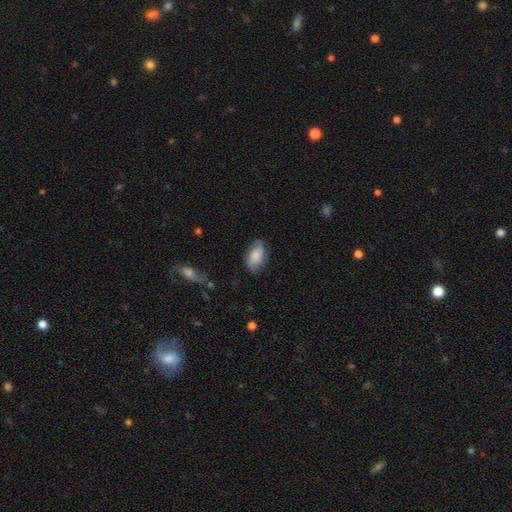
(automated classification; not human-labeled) smooth-or-featured: smooth: 71% | featured or disk: 22% | star or artifact: 7%
  how-rounded: in between: 92% | round: 5% | cigar-shaped: 3%
  merging: none: 67% | minor disturbance: 25% | major disturbance: 6% | merger: 2%